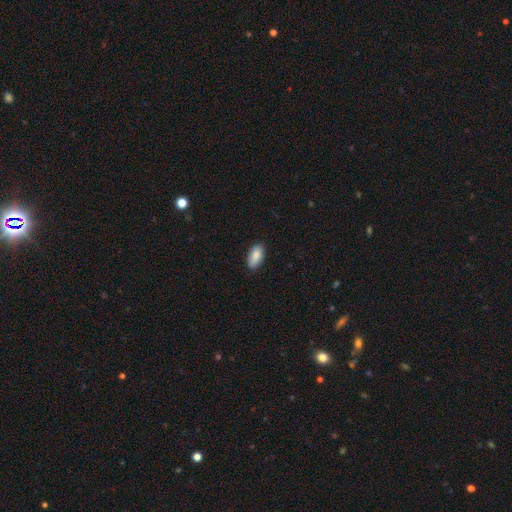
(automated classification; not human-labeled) Smooth or featured?
  - smooth: 87% *
  - featured or disk: 7%
  - star or artifact: 6%
How rounded?
  - in between: 92% *
  - cigar-shaped: 5%
  - round: 3%
Merging?
  - none: 84% *
  - minor disturbance: 13%
  - major disturbance: 2%
  - merger: 1%